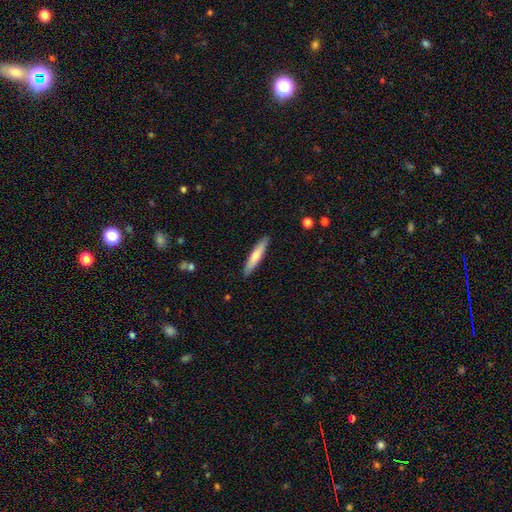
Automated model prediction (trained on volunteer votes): Smooth or featured? Predicted: smooth (p=0.70). How rounded? Predicted: cigar-shaped (p=0.88). Merging? Predicted: none (p=0.90).